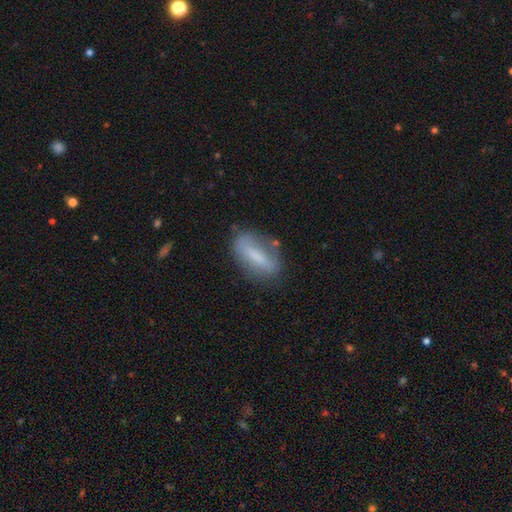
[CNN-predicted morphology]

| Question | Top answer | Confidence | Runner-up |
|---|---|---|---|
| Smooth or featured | smooth | 63% | featured or disk (29%) |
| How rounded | in between | 63% | cigar-shaped (33%) |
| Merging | none | 70% | minor disturbance (20%) |